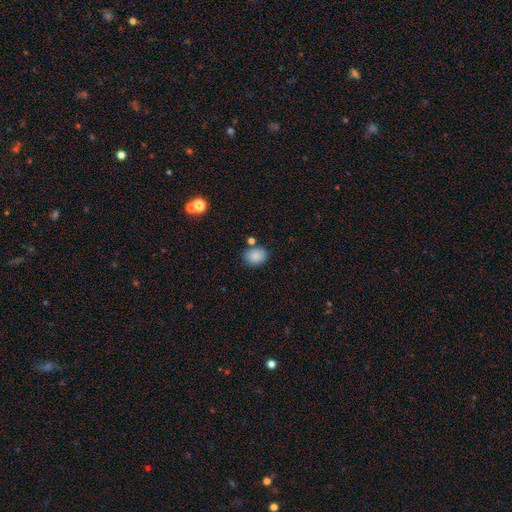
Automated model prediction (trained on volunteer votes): smooth 87%, star or artifact 9%, featured or disk 4%. Down the decision tree: how rounded — in between (55%); merging — none (77%).